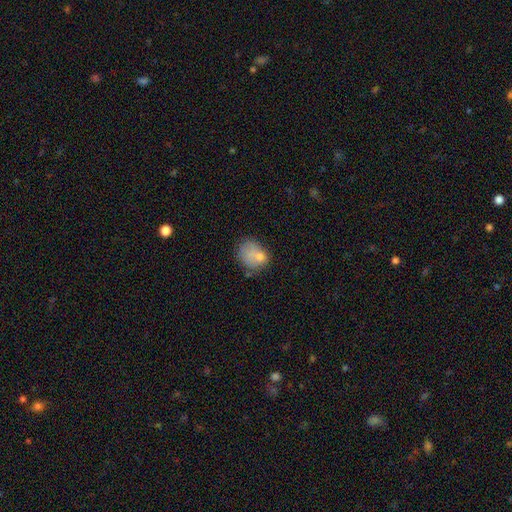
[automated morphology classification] Smooth or featured? smooth (72%)
How rounded? in between (51%)
Merging? none (39%)